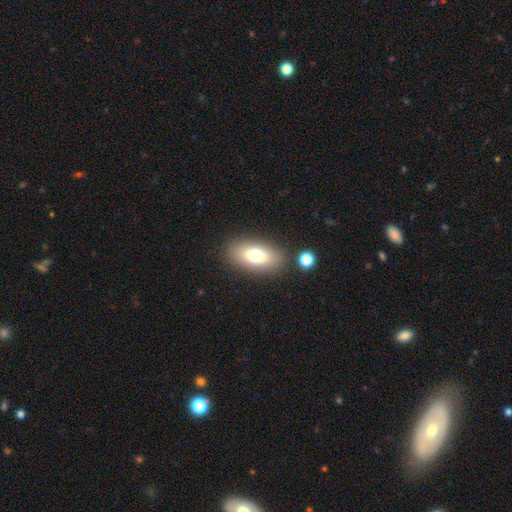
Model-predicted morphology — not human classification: type=smooth (75%); roundness=in between (89%); merging=none (83%).